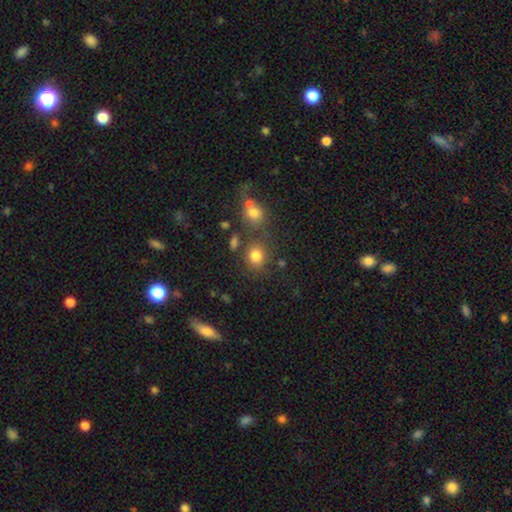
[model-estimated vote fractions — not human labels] smooth_or_featured: smooth (p=0.79) [alt: star or artifact p=0.14]
how_rounded: round (p=0.75) [alt: in between p=0.24]
merging: none (p=0.70) [alt: merger p=0.14]